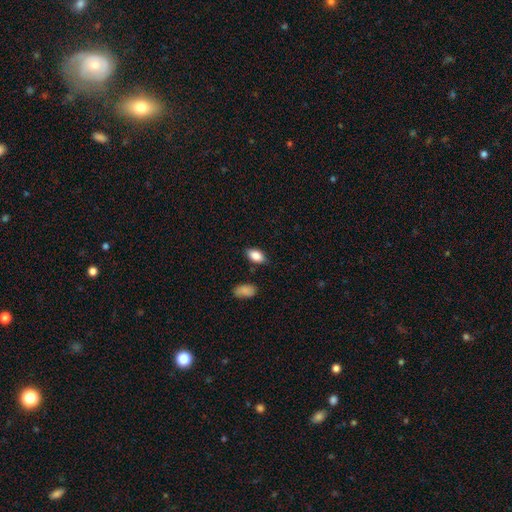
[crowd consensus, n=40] A smooth galaxy with no disk features (92%) that is in between round and cigar-shaped (97%). Merging: none (82%).